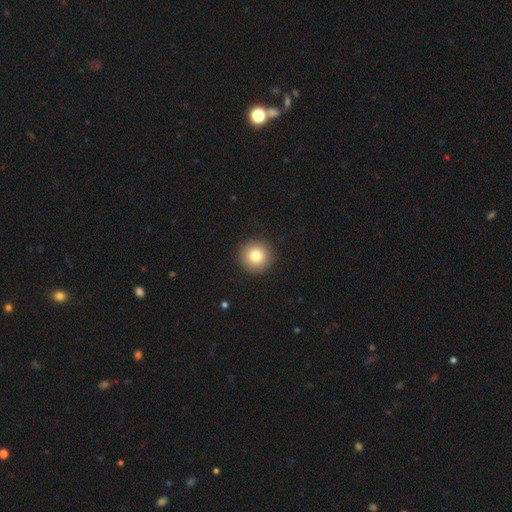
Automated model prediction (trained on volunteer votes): This appears to be a smooth galaxy with no disk features (80%) that is round (95%). Merging: none (93%).